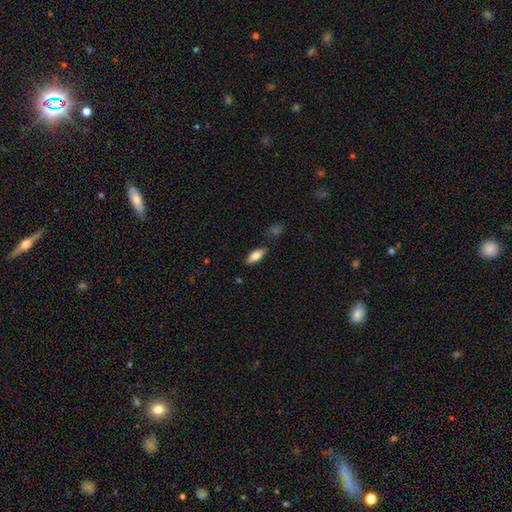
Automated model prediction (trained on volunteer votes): Smooth or featured? Predicted: smooth (p=0.75). How rounded? Predicted: in between (p=0.77). Merging? Predicted: none (p=0.83).